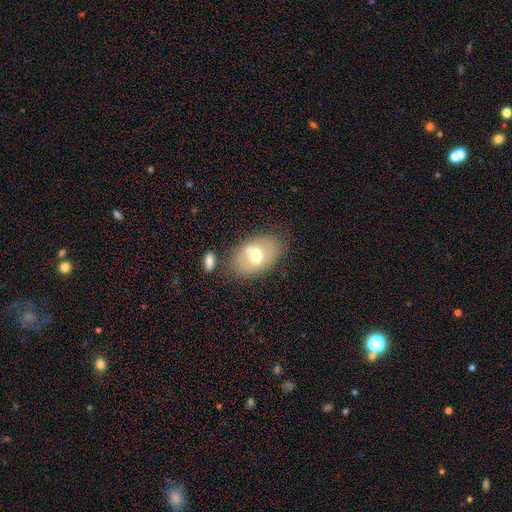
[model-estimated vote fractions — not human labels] smooth 59%, featured or disk 33%, star or artifact 9%. Down the decision tree: how rounded — in between (83%); merging — none (64%).